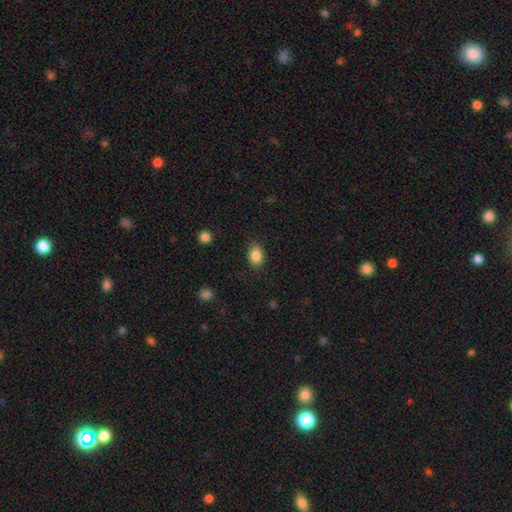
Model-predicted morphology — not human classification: This appears to be a smooth galaxy with no disk features (86%) that is in between round and cigar-shaped (73%). Merging: none (85%).